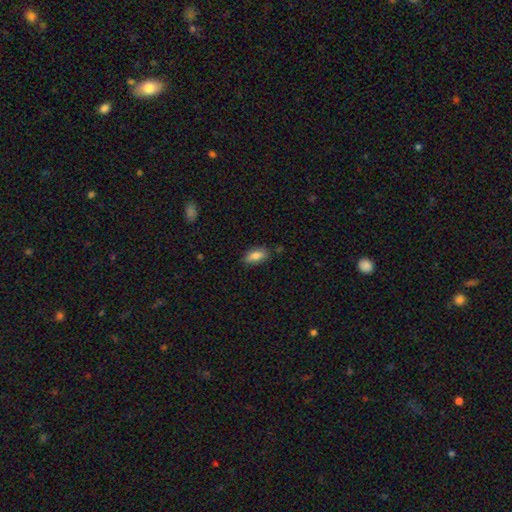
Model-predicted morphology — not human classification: smooth 82%, featured or disk 11%, star or artifact 8%. Down the decision tree: how rounded — in between (87%); merging — none (79%).